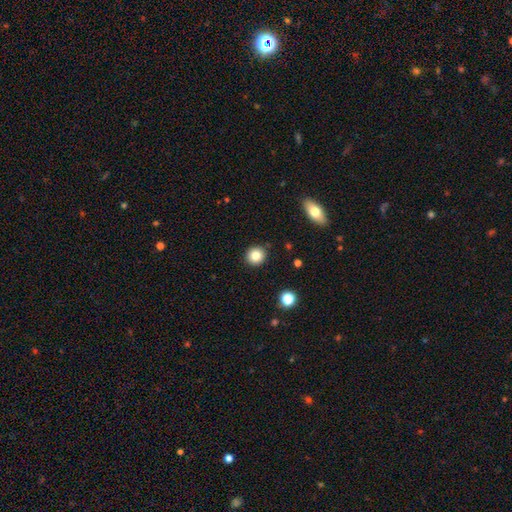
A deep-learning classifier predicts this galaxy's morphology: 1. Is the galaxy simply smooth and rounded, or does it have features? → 83% smooth, 11% star or artifact, 7% featured or disk.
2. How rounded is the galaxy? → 92% round, 7% in between, 1% cigar-shaped.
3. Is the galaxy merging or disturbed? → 91% none, 6% minor disturbance, 2% major disturbance, 1% merger.